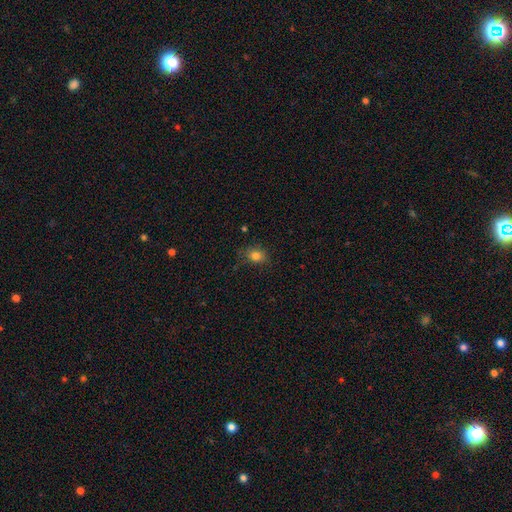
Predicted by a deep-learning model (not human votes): smooth 80%, star or artifact 13%, featured or disk 7%. Down the decision tree: how rounded — round (51%); merging — none (74%).